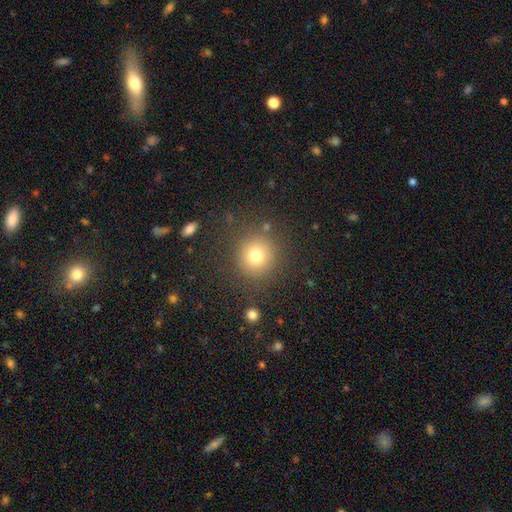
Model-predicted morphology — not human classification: The model was most divided on "smooth or featured": smooth: 76%, star or artifact: 14%, featured or disk: 9%. More confident: how rounded — round (90%); merging — none (86%).